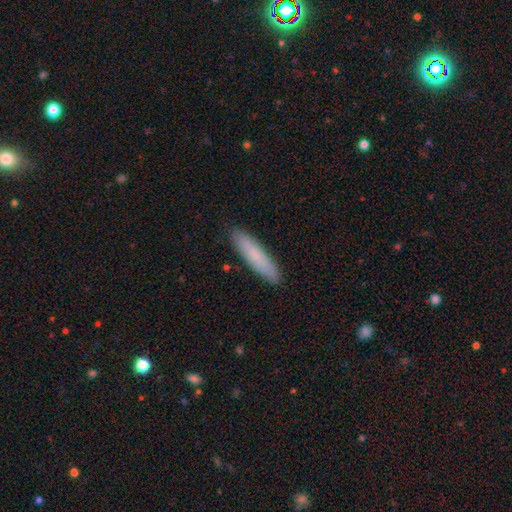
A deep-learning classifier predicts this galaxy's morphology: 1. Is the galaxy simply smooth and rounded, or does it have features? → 80% smooth, 14% featured or disk, 6% star or artifact.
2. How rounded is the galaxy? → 83% cigar-shaped, 15% in between, 1% round.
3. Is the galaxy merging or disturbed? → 89% none, 8% minor disturbance, 2% major disturbance, 1% merger.